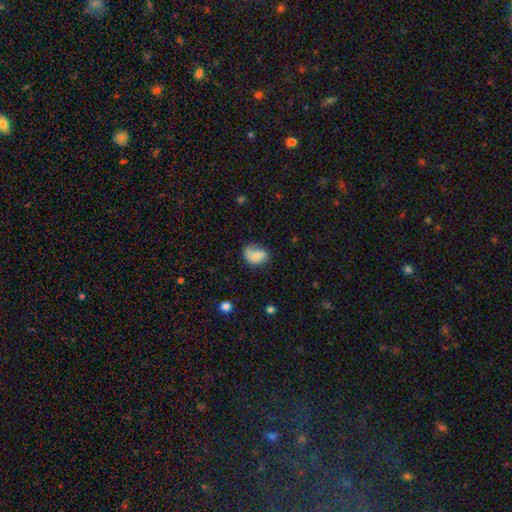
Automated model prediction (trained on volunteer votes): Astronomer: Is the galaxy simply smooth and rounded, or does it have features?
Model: smooth — 68%.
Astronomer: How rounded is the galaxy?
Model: in between — 70%.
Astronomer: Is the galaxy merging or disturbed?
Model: none — 43% (runner-up: minor disturbance, 29%).